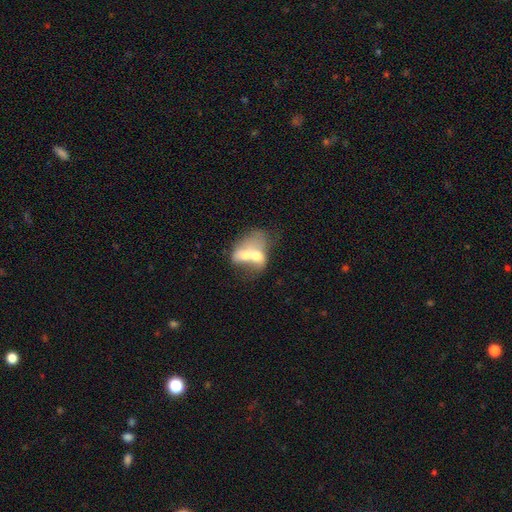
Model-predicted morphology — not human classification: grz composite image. It shows a smooth galaxy with no disk features (54%) that is in between round and cigar-shaped (70%). Merging: merger (81%).